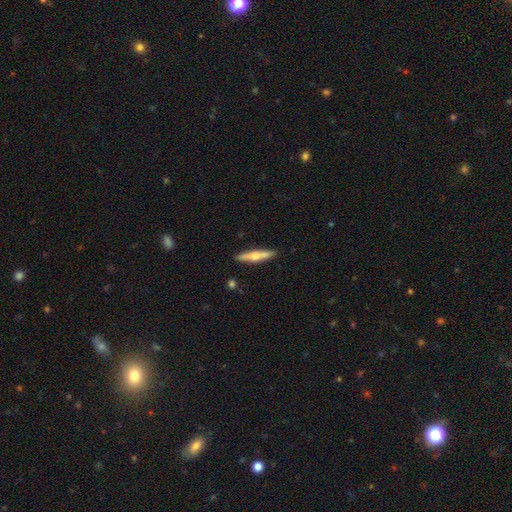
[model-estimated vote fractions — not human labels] This is possibly a smooth galaxy (53%). How rounded: clearly cigar-shaped (89%). Merging: clearly none (89%).